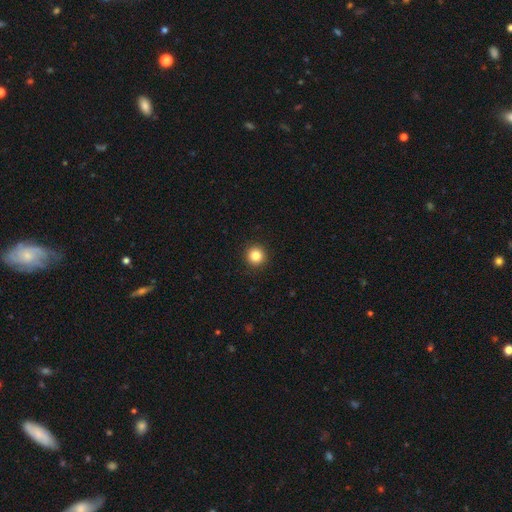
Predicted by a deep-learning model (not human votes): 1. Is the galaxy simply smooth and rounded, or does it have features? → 84% smooth, 11% star or artifact, 5% featured or disk.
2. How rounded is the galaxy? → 96% round, 3% in between, 1% cigar-shaped.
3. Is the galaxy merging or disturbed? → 93% none, 4% minor disturbance, 2% major disturbance, 1% merger.